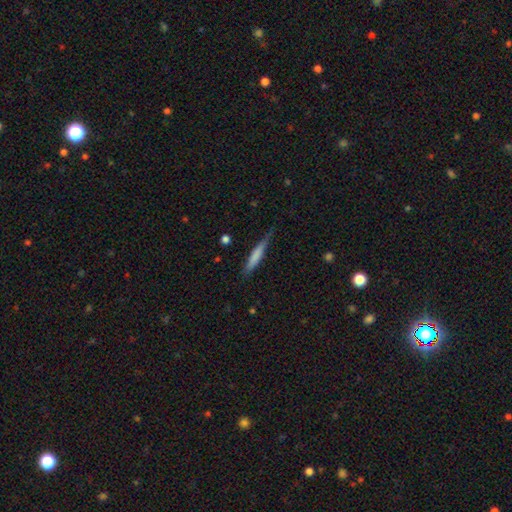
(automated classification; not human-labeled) Smooth or featured? Predicted: smooth (p=0.70). How rounded? Predicted: cigar-shaped (p=0.91). Merging? Predicted: none (p=0.69).